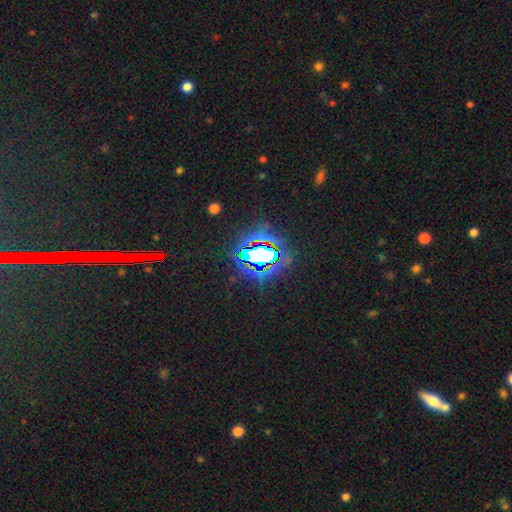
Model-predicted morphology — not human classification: star or artifact 69%, smooth 18%, featured or disk 13%.